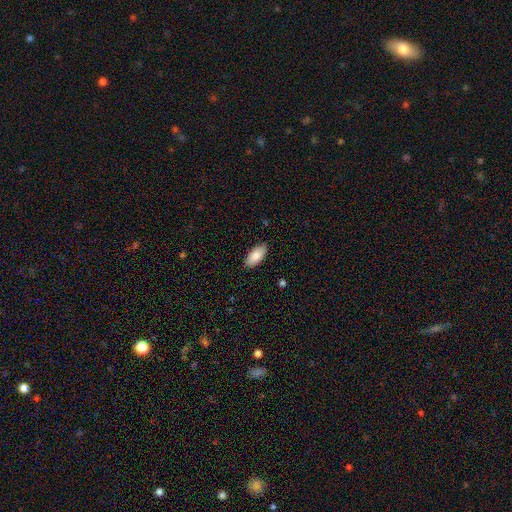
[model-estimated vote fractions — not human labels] A smooth galaxy with no disk features (83%) that is in between round and cigar-shaped (91%).

Vote fractions:
- Smooth or featured? smooth: 83% / featured or disk: 10% / star or artifact: 6%
- How rounded? in between: 91% / cigar-shaped: 7% / round: 2%
- Merging? none: 88% / minor disturbance: 10% / major disturbance: 2% / merger: 1%